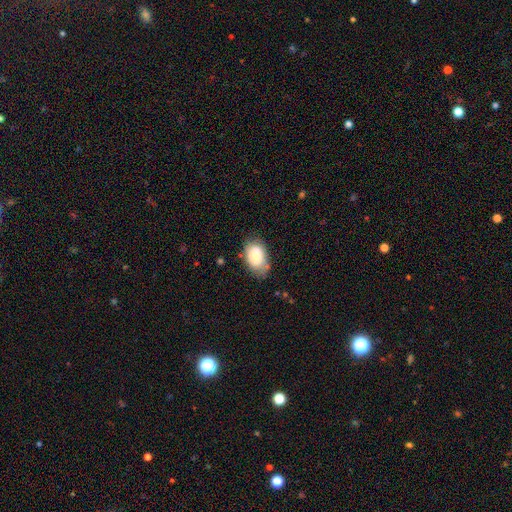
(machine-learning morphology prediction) Smooth or featured? Predicted: smooth (p=0.77). How rounded? Predicted: in between (p=0.89). Merging? Predicted: none (p=0.65).